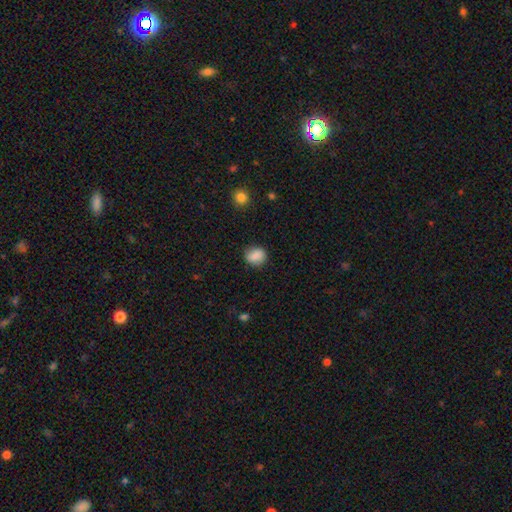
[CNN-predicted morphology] type=smooth (86%); roundness=round (65%); merging=none (83%).